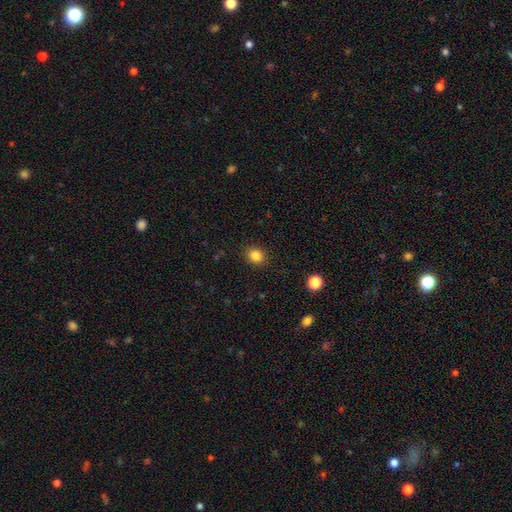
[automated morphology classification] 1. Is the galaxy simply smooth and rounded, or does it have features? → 85% smooth, 11% star or artifact, 4% featured or disk.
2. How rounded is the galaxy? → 67% round, 32% in between, 1% cigar-shaped.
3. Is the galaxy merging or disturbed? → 89% none, 7% minor disturbance, 2% major disturbance, 1% merger.